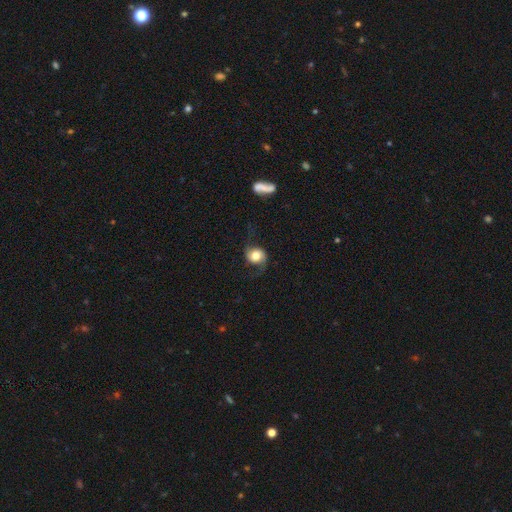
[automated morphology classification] The model was most divided on "bulge size": moderate: 42%, large: 37%, dominant: 12%, small: 7%, none: 2%. More confident: edge-on disk — no (96%); spiral arms — yes (89%); bar — no (72%); merging — none (58%); smooth or featured — featured or disk (54%).